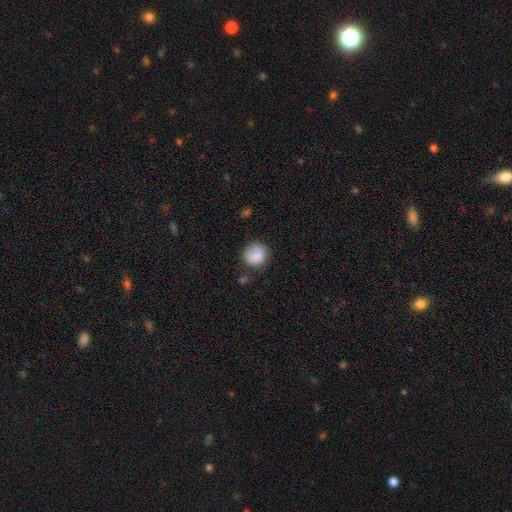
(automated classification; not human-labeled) smooth 82%, featured or disk 11%, star or artifact 8%. Down the decision tree: how rounded — round (85%); merging — none (64%).